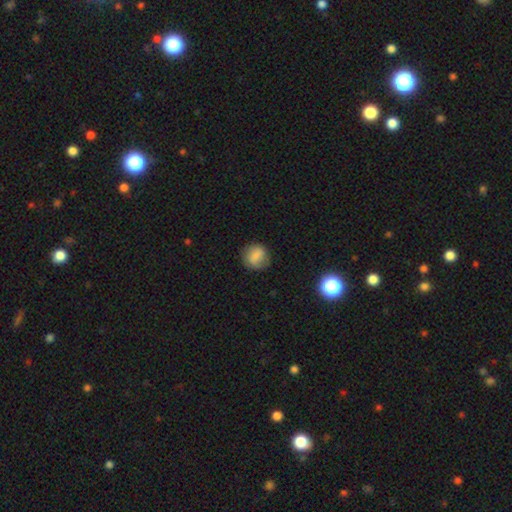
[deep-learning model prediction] This is likely a smooth galaxy (78%). How rounded: likely round (77%). Merging: likely none (80%).